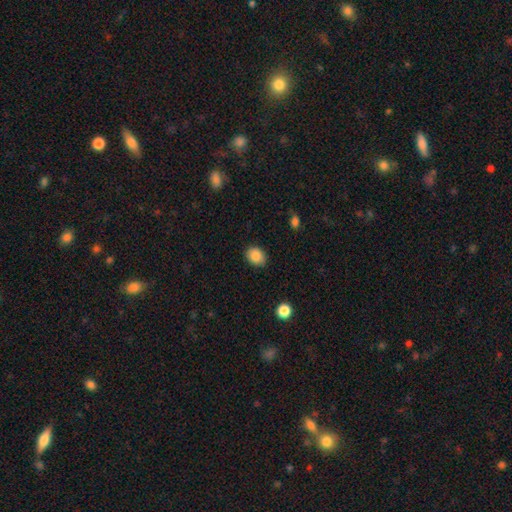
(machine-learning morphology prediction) smooth-or-featured: smooth: 87% | star or artifact: 9% | featured or disk: 4%
  how-rounded: in between: 54% | round: 45% | cigar-shaped: 1%
  merging: none: 87% | minor disturbance: 9% | major disturbance: 2% | merger: 1%